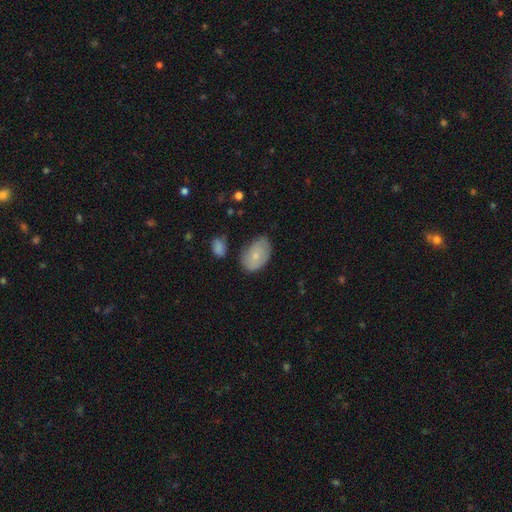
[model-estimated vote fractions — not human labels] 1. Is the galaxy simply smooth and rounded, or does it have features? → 70% smooth, 24% featured or disk, 7% star or artifact.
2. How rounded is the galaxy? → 86% in between, 12% round, 1% cigar-shaped.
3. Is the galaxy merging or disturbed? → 58% none, 32% minor disturbance, 7% major disturbance, 4% merger.